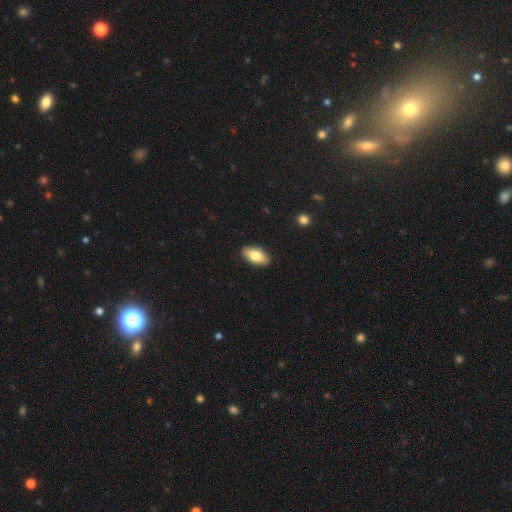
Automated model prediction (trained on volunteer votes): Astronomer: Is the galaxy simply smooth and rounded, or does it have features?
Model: smooth — 78%.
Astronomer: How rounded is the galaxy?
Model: in between — 90%.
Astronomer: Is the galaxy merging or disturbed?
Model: none — 89%.